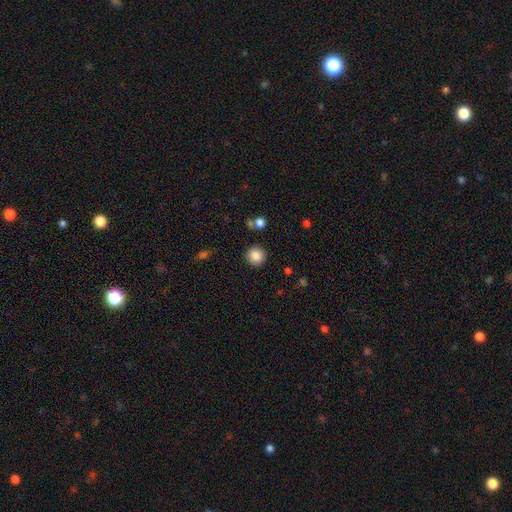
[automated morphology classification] Q: Smooth or featured?
A: smooth (86%); runner-up: star or artifact (9%)
Q: How rounded?
A: round (93%); runner-up: in between (6%)
Q: Merging?
A: none (89%); runner-up: minor disturbance (6%)